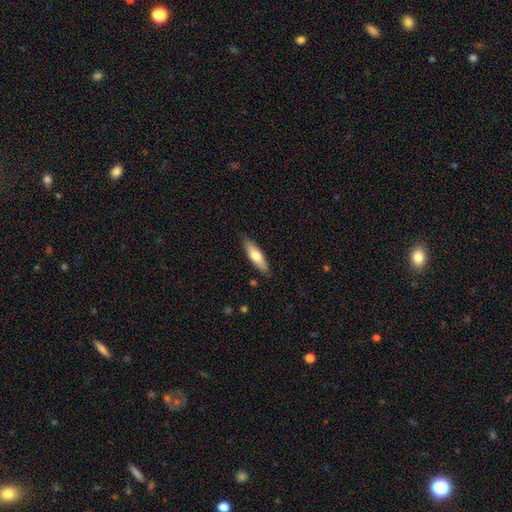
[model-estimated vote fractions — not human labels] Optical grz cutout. It shows a smooth galaxy with no disk features (64%) that is cigar-shaped (60%). Merging: none (87%).